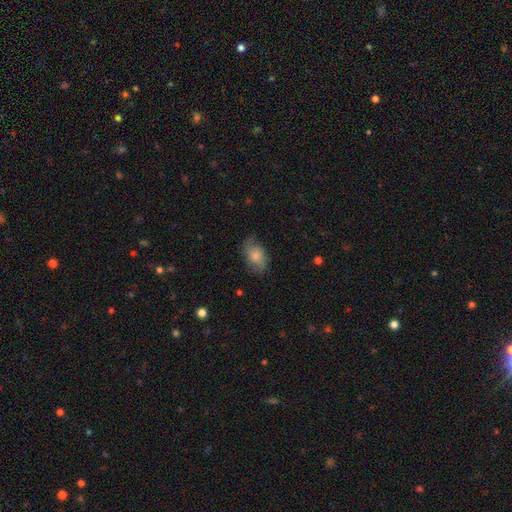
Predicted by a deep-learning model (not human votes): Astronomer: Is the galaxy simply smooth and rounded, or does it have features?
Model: smooth — 68%.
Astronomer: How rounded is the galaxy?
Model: in between — 85%.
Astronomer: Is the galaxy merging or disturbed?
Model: none — 67%.